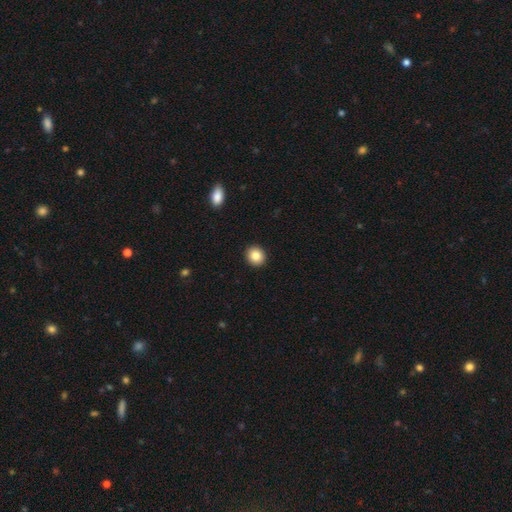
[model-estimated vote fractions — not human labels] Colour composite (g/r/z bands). It shows a smooth galaxy with no disk features (85%) that is round (81%). Merging: none (93%).